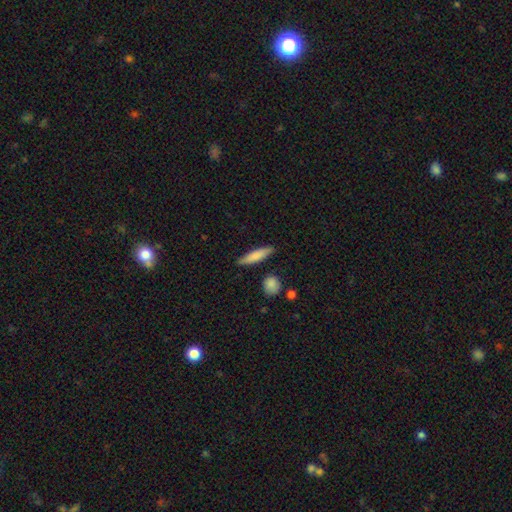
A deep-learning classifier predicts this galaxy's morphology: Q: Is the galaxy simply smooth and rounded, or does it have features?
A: smooth — 78%.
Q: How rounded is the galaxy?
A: cigar-shaped — 78%.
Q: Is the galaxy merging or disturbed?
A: none — 85%.